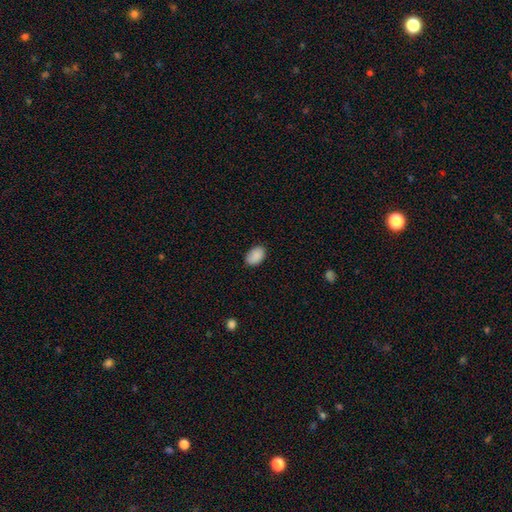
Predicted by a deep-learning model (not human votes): smooth_or_featured: smooth (p=0.89) [alt: star or artifact p=0.07]
how_rounded: in between (p=0.87) [alt: round p=0.12]
merging: none (p=0.83) [alt: minor disturbance p=0.13]